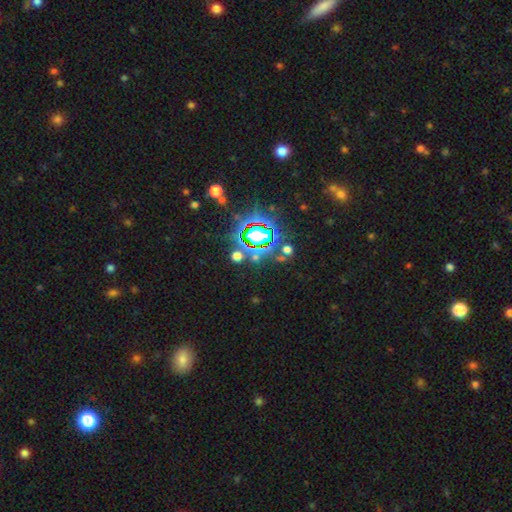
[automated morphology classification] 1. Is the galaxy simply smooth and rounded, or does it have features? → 77% star or artifact, 14% smooth, 9% featured or disk.